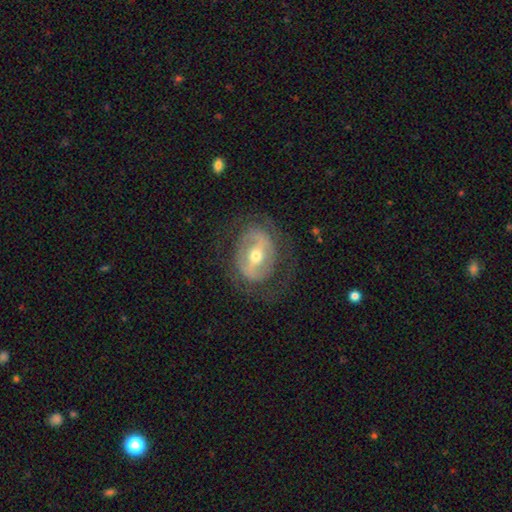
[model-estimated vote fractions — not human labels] featured or disk 75%, smooth 18%, star or artifact 6%. Down the decision tree: edge-on disk — no (93%); bar — strong (52%); spiral arms — yes (51%); bulge size — moderate (68%); merging — none (70%).